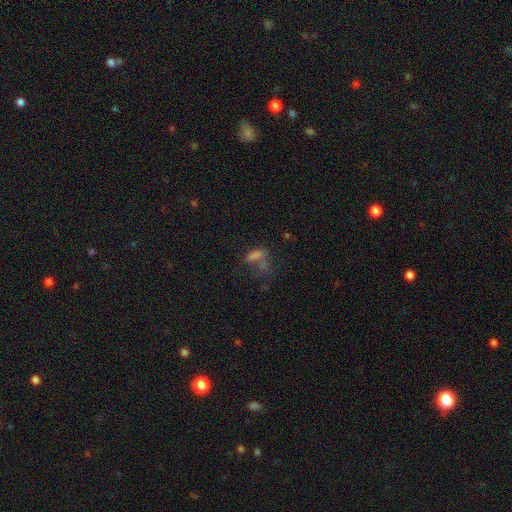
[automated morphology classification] smooth 49%, star or artifact 27%, featured or disk 23%. Down the decision tree: merging — none (35%).